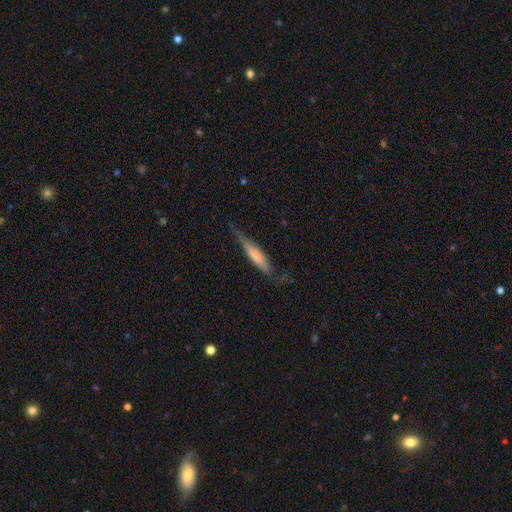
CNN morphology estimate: smooth_or_featured: smooth (p=0.54) [alt: featured or disk p=0.40]
how_rounded: cigar-shaped (p=0.87) [alt: in between p=0.11]
merging: none (p=0.64) [alt: minor disturbance p=0.26]